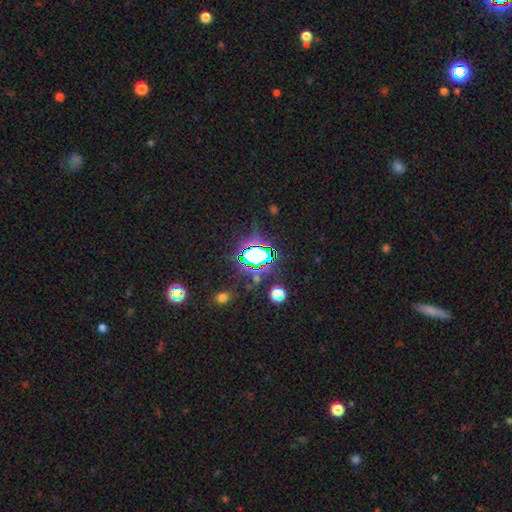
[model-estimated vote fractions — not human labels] smooth-or-featured: star or artifact: 67% | smooth: 21% | featured or disk: 11%